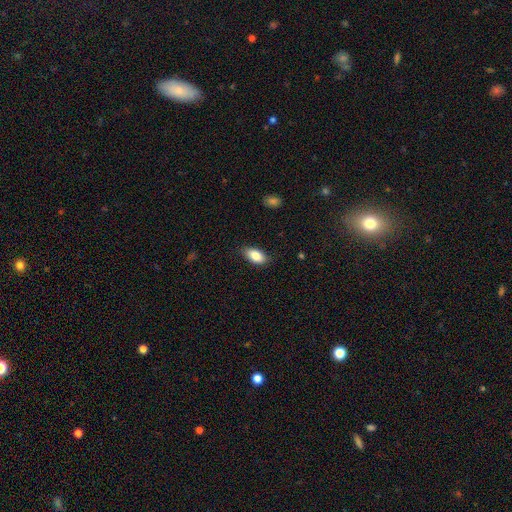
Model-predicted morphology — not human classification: Smooth or featured?
  - smooth: 85% *
  - featured or disk: 8%
  - star or artifact: 7%
How rounded?
  - in between: 92% *
  - cigar-shaped: 4%
  - round: 4%
Merging?
  - none: 84% *
  - minor disturbance: 12%
  - major disturbance: 3%
  - merger: 1%